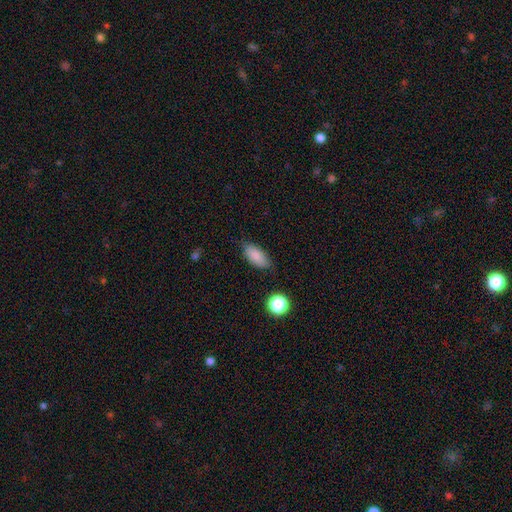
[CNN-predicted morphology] Q: Smooth or featured?
A: smooth (85%); runner-up: star or artifact (8%)
Q: How rounded?
A: in between (87%); runner-up: cigar-shaped (10%)
Q: Merging?
A: none (78%); runner-up: minor disturbance (16%)